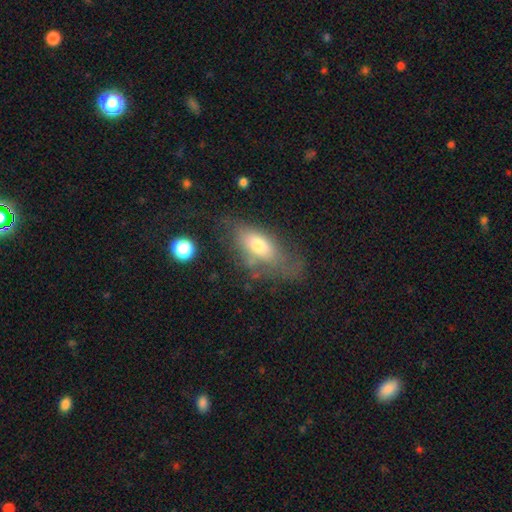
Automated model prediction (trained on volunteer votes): smooth-or-featured: smooth: 43% | featured or disk: 40% | star or artifact: 17%
  merging: none: 64% | minor disturbance: 22% | major disturbance: 11% | merger: 3%